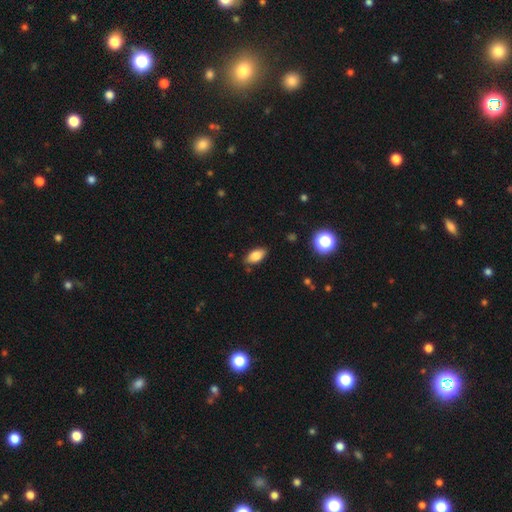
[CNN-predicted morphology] The model was most divided on "merging": none: 83%, minor disturbance: 13%, major disturbance: 3%, merger: 1%. More confident: how rounded — in between (91%); smooth or featured — smooth (84%).